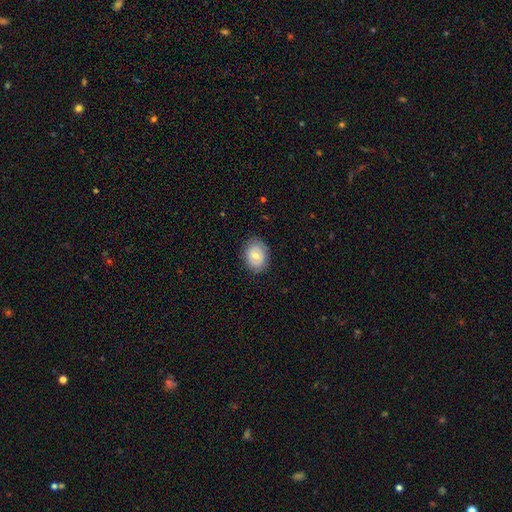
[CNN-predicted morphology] Q: Smooth or featured?
A: smooth (65%); runner-up: featured or disk (28%)
Q: How rounded?
A: in between (63%); runner-up: round (36%)
Q: Merging?
A: none (82%); runner-up: minor disturbance (13%)